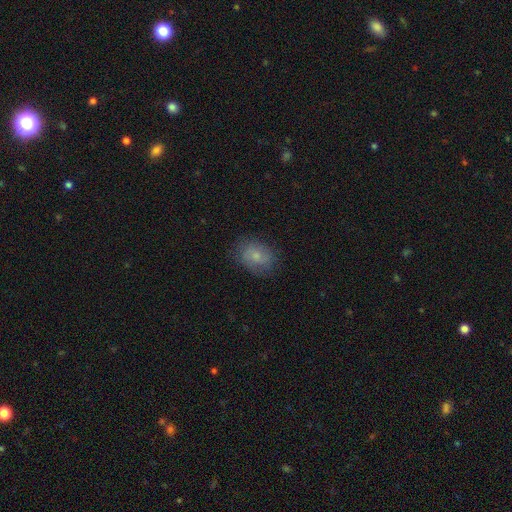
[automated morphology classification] A smooth galaxy with no disk features (64%) that is in between round and cigar-shaped (67%).

Vote fractions:
- Smooth or featured? smooth: 64% / featured or disk: 27% / star or artifact: 9%
- How rounded? in between: 67% / round: 32% / cigar-shaped: 1%
- Merging? none: 75% / minor disturbance: 18% / major disturbance: 6% / merger: 1%